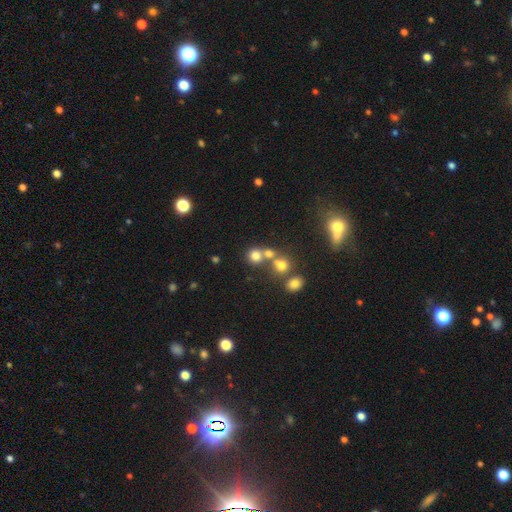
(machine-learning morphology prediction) This is likely a smooth galaxy (72%). How rounded: clearly round (86%). Merging: possibly none (53%).